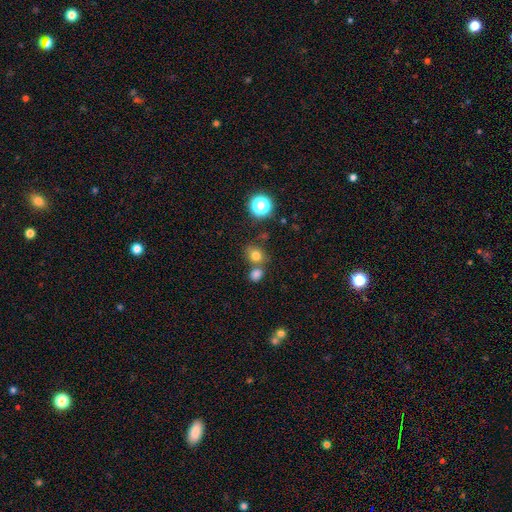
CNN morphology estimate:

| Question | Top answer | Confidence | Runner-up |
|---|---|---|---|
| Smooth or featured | smooth | 76% | star or artifact (17%) |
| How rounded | round | 72% | in between (27%) |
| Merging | none | 61% | merger (25%) |